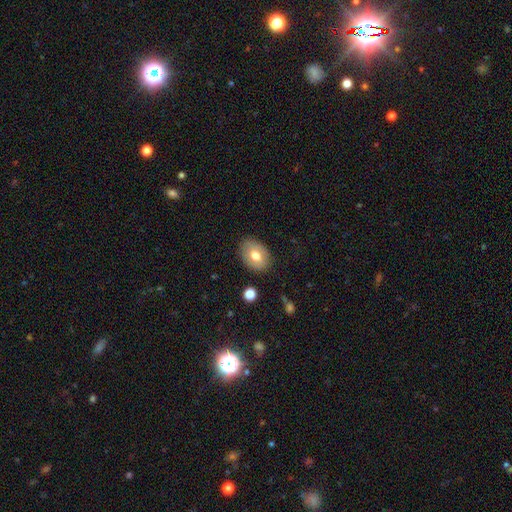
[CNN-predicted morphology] Q: Smooth or featured?
A: smooth (71%); runner-up: featured or disk (22%)
Q: How rounded?
A: in between (78%); runner-up: round (21%)
Q: Merging?
A: none (84%); runner-up: minor disturbance (12%)